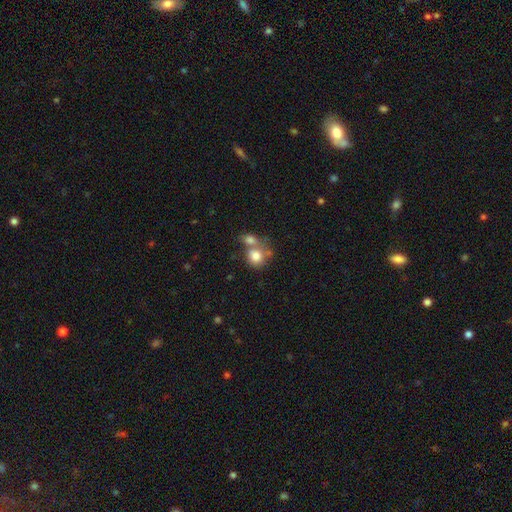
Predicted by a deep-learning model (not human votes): smooth 79%, featured or disk 12%, star or artifact 9%. Down the decision tree: how rounded — round (75%); merging — merger (47%).